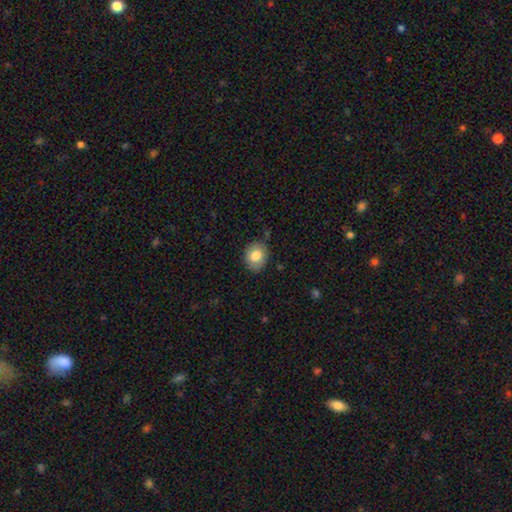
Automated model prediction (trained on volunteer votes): Overall: smooth (79%). How rounded: round (54%; in between 45%). Merging: none (83%).